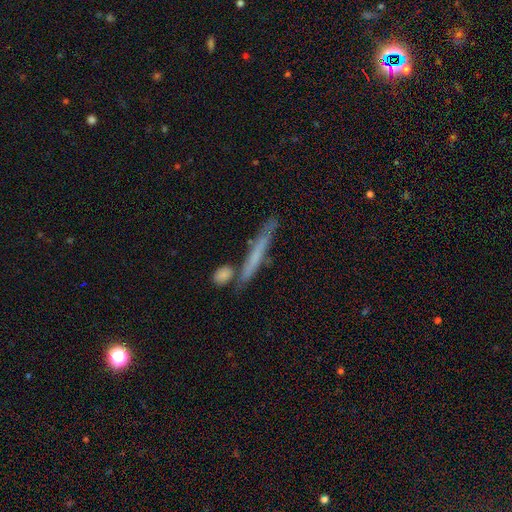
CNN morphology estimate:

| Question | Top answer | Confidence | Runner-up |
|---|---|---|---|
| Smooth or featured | smooth | 51% | featured or disk (42%) |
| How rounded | cigar-shaped | 94% | in between (3%) |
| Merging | none | 70% | minor disturbance (13%) |